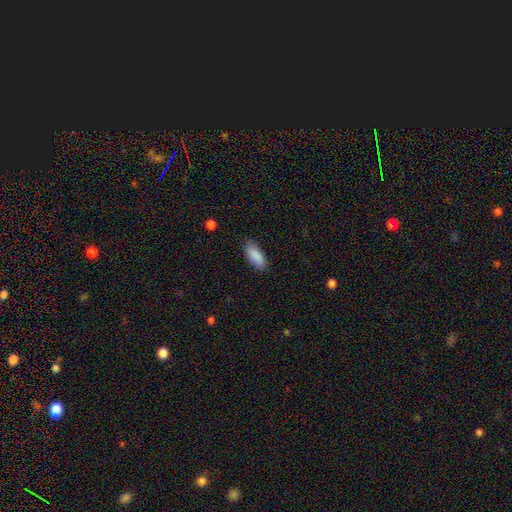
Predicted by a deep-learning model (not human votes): Smooth or featured?
  - smooth: 89% *
  - star or artifact: 6%
  - featured or disk: 4%
How rounded?
  - in between: 81% *
  - cigar-shaped: 18%
  - round: 2%
Merging?
  - none: 85% *
  - minor disturbance: 12%
  - major disturbance: 2%
  - merger: 1%